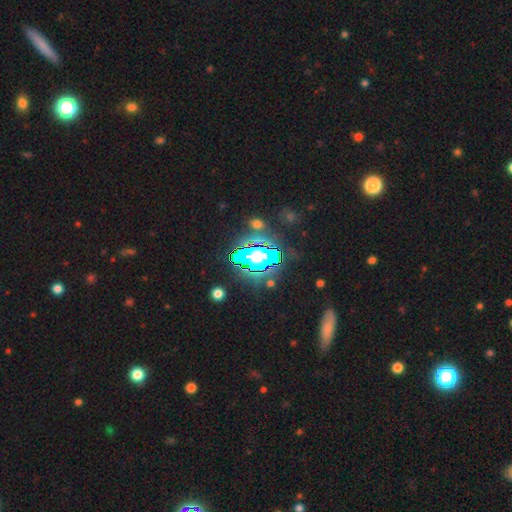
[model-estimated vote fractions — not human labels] Morphology: type=star or artifact (79%).